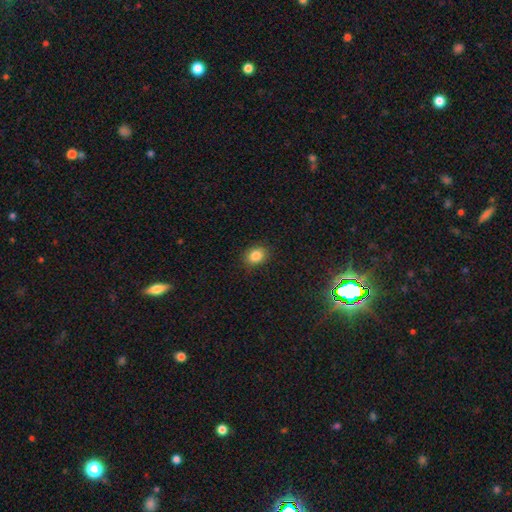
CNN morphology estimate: A smooth galaxy with no disk features (84%) that is in between round and cigar-shaped (52%).

Vote fractions:
- Smooth or featured? smooth: 84% / star or artifact: 11% / featured or disk: 5%
- How rounded? in between: 52% / round: 47% / cigar-shaped: 1%
- Merging? none: 87% / minor disturbance: 10% / major disturbance: 2% / merger: 1%